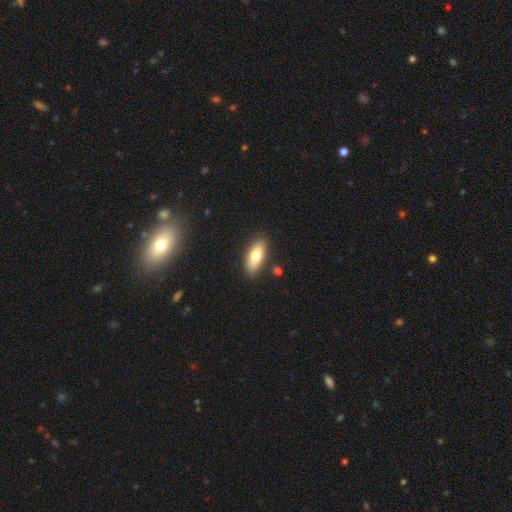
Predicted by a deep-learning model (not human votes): smooth 72%, featured or disk 21%, star or artifact 7%. Down the decision tree: how rounded — in between (80%); merging — none (85%).